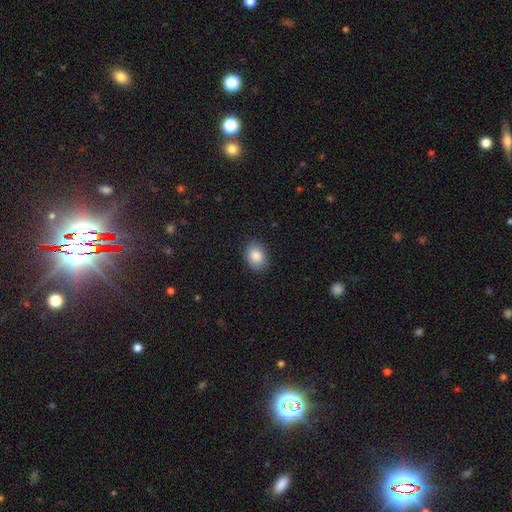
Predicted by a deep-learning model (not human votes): A smooth galaxy with no disk features (88%) that is in between round and cigar-shaped (76%). Merging: none (85%).